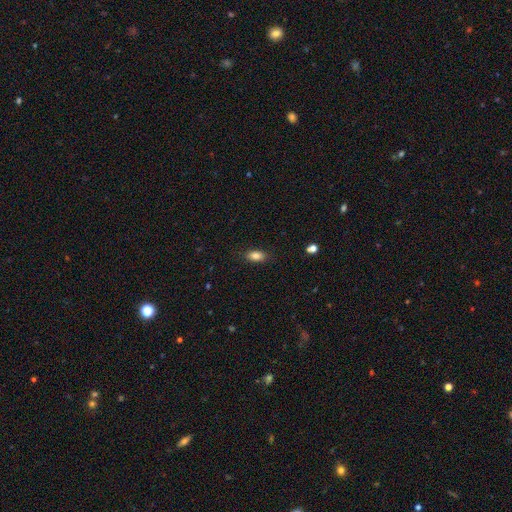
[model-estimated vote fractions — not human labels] Smooth or featured: smooth — 84% (star or artifact — 9%)
How rounded: in between — 87% (round — 7%)
Merging: none — 86% (minor disturbance — 10%)